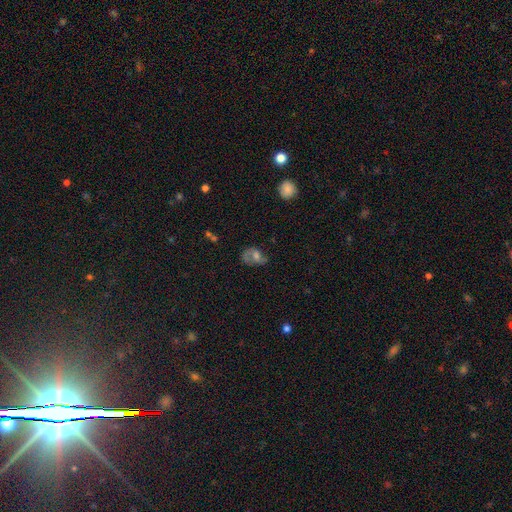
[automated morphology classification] This appears to be a featured or disk galaxy (45%). Merging: none (39%).